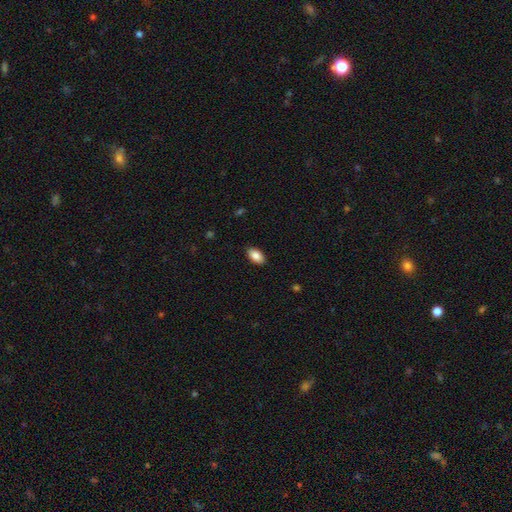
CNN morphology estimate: smooth-or-featured: smooth: 87% | star or artifact: 7% | featured or disk: 6%
  how-rounded: in between: 93% | round: 4% | cigar-shaped: 2%
  merging: none: 89% | minor disturbance: 9% | major disturbance: 2% | merger: 1%